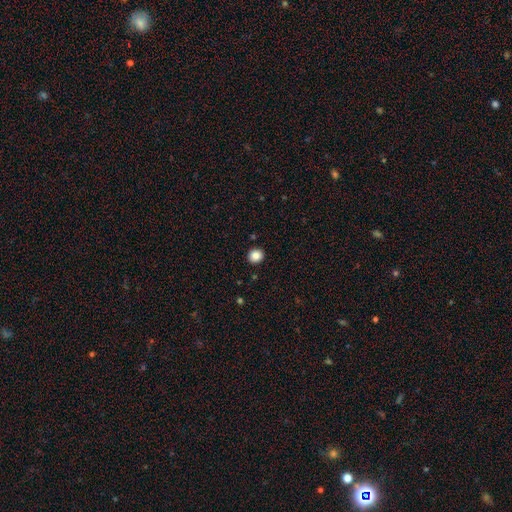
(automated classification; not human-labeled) This appears to be a smooth galaxy with no disk features (85%) that is round (87%). Merging: none (92%).